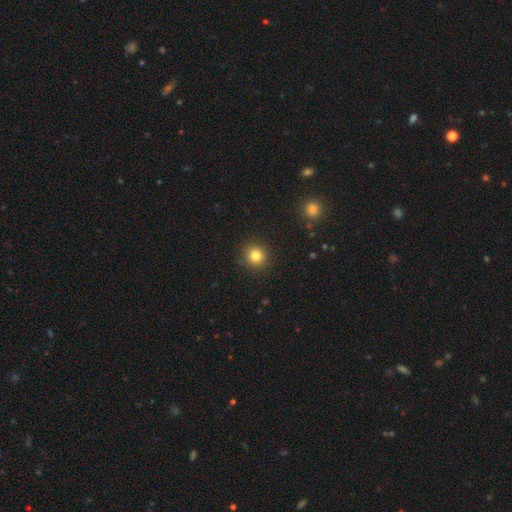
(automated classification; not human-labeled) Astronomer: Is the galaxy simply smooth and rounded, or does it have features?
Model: smooth — 81%.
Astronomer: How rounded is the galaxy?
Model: round — 93%.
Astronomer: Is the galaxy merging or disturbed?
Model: none — 91%.